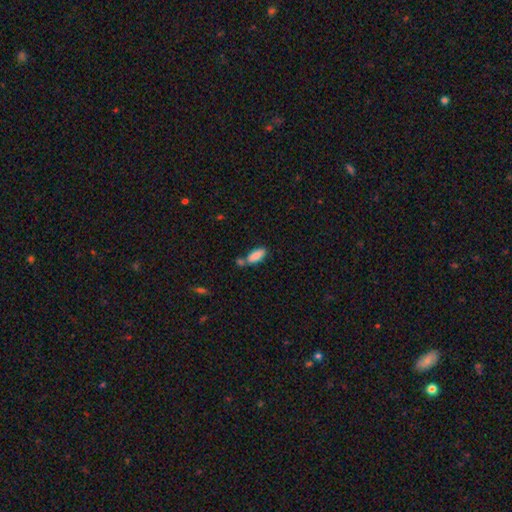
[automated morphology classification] The model was most divided on "merging": none: 53%, merger: 29%, minor disturbance: 14%, major disturbance: 4%. More confident: smooth or featured — smooth (87%); how rounded — in between (79%).